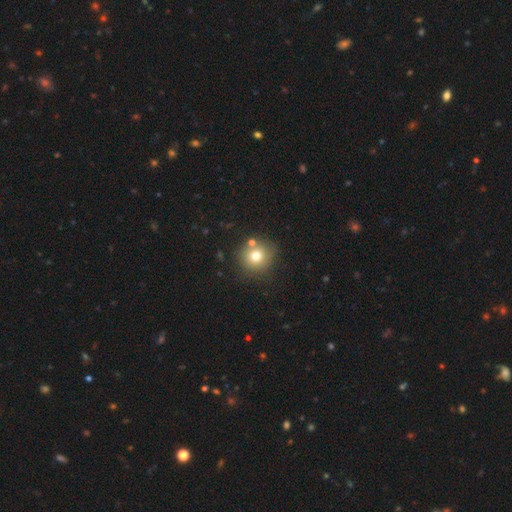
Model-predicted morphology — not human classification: Overall: smooth (74%). How rounded: round (91%). Merging: none (77%).